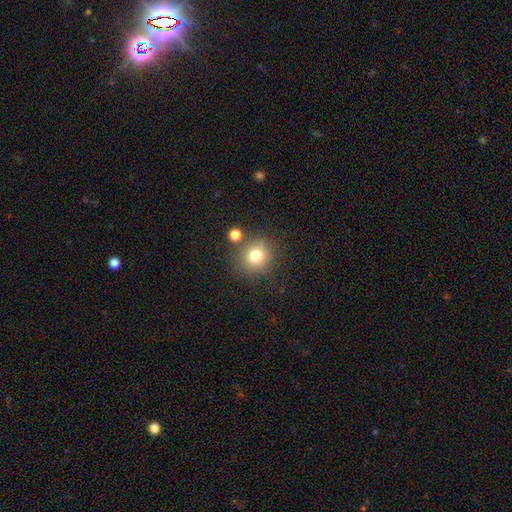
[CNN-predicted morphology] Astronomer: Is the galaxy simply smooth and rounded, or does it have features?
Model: smooth — 78%.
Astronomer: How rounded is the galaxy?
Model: round — 87%.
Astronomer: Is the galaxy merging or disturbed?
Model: none — 78%.